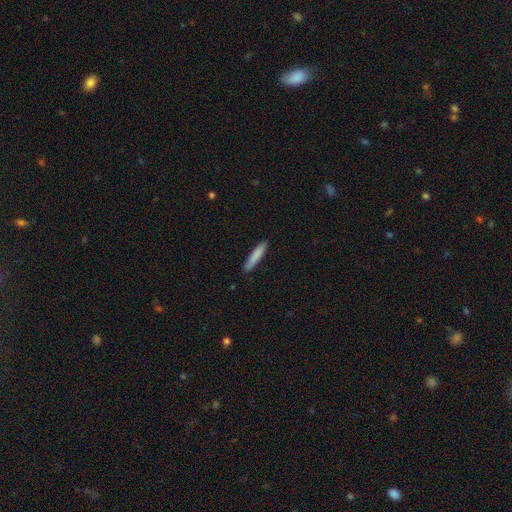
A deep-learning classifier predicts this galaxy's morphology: Smooth or featured: smooth — 85% (featured or disk — 10%)
How rounded: cigar-shaped — 89% (in between — 10%)
Merging: none — 89% (minor disturbance — 8%)